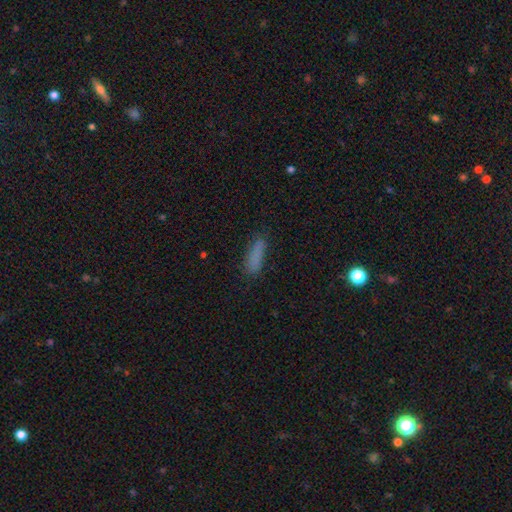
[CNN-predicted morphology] Smooth or featured: smooth — 81% (star or artifact — 11%)
How rounded: cigar-shaped — 65% (in between — 33%)
Merging: none — 75% (minor disturbance — 18%)